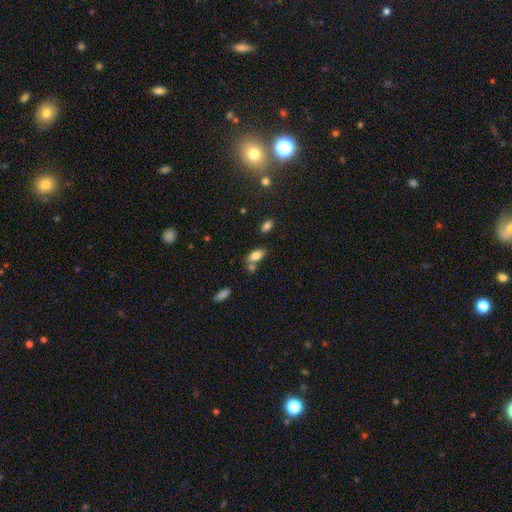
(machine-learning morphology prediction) smooth_or_featured: smooth (p=0.82) [alt: featured or disk p=0.10]
how_rounded: in between (p=0.90) [alt: round p=0.05]
merging: none (p=0.55) [alt: merger p=0.26]